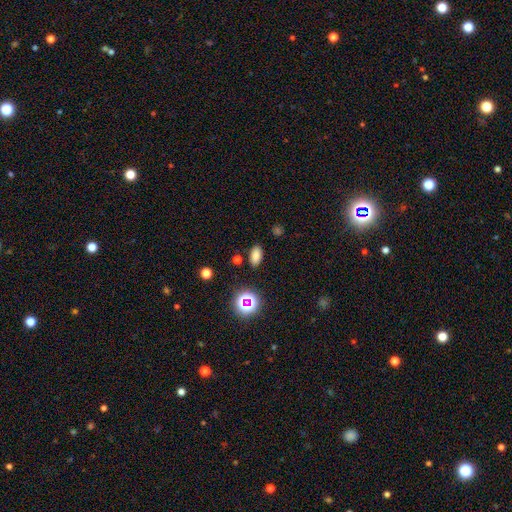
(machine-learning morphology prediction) A smooth galaxy with no disk features (78%) that is in between round and cigar-shaped (89%). Merging: none (87%).